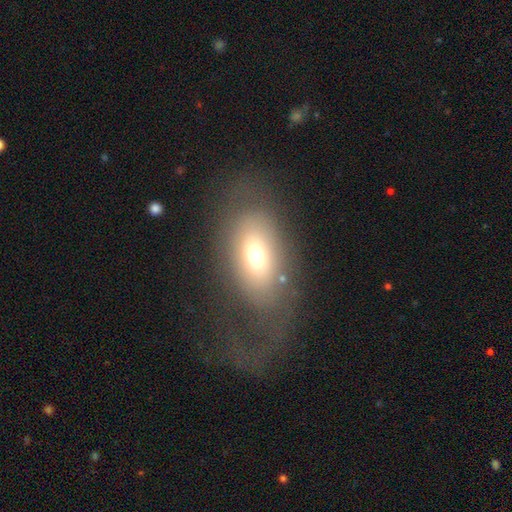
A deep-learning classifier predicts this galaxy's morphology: The model was most divided on "merging": none: 43%, major disturbance: 35%, minor disturbance: 18%, merger: 3%. More confident: how rounded — in between (86%); smooth or featured — smooth (60%).